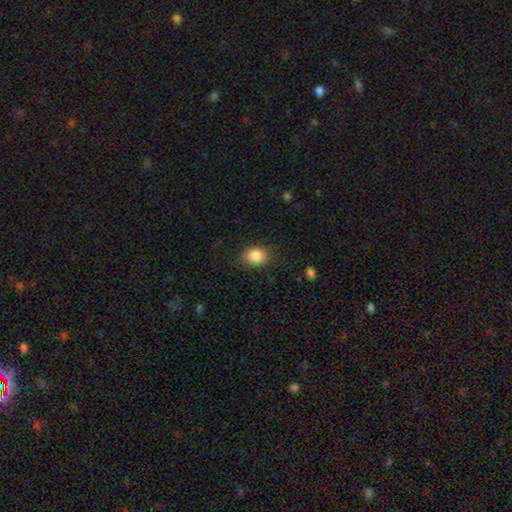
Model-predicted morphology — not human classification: The model was most divided on "how rounded": in between: 58%, round: 41%, cigar-shaped: 1%. More confident: smooth or featured — smooth (87%); merging — none (83%).